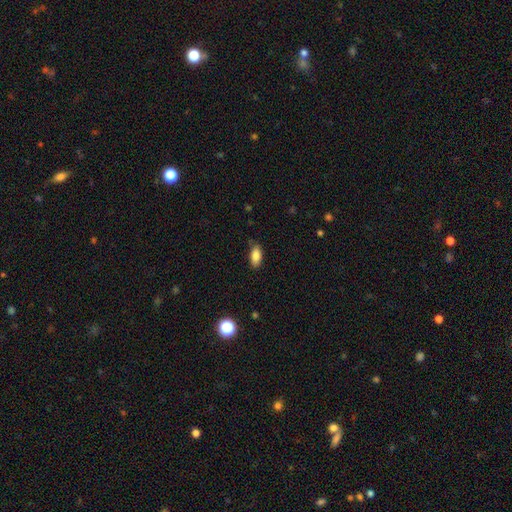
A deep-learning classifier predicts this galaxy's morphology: smooth_or_featured: smooth (p=0.86) [alt: star or artifact p=0.08]
how_rounded: in between (p=0.89) [alt: cigar-shaped p=0.08]
merging: none (p=0.81) [alt: minor disturbance p=0.15]